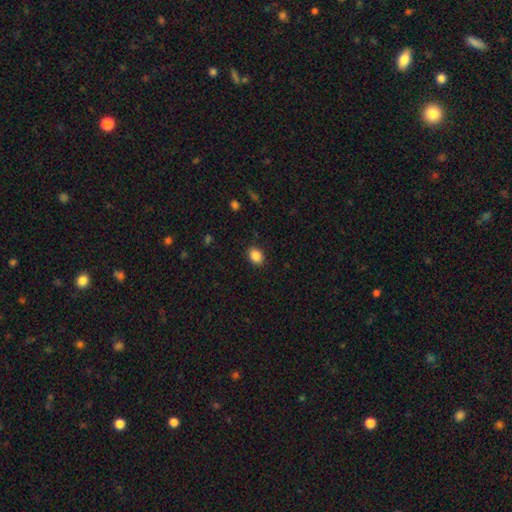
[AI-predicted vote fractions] The model was most divided on "how rounded": in between: 62%, round: 37%, cigar-shaped: 1%. More confident: merging — none (89%); smooth or featured — smooth (86%).